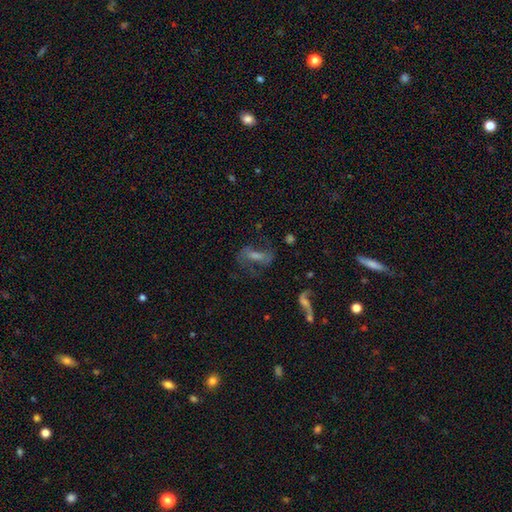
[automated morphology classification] A featured or disk galaxy (58%) with a weak bar (41%), spiral arms (75%) and a moderate central bulge (35%). Merging: none (58%).